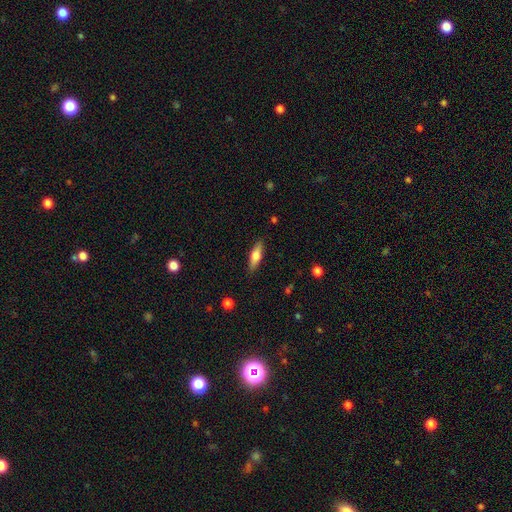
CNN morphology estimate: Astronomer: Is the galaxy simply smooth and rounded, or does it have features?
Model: smooth — 63%.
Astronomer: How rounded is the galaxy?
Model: cigar-shaped — 50% (runner-up: in between, 48%).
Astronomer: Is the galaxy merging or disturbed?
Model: none — 87%.